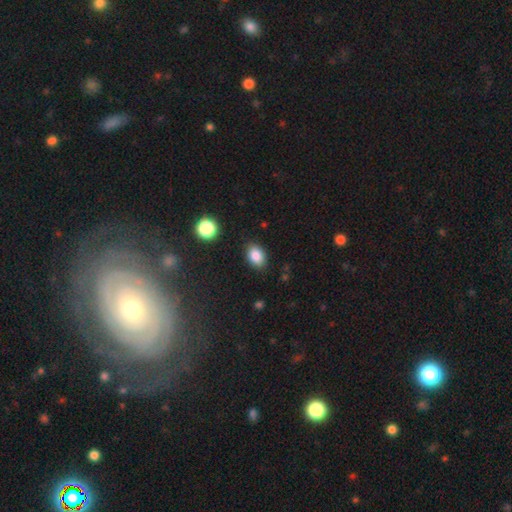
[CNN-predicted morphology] type=smooth (85%); roundness=in between (82%); merging=none (85%).